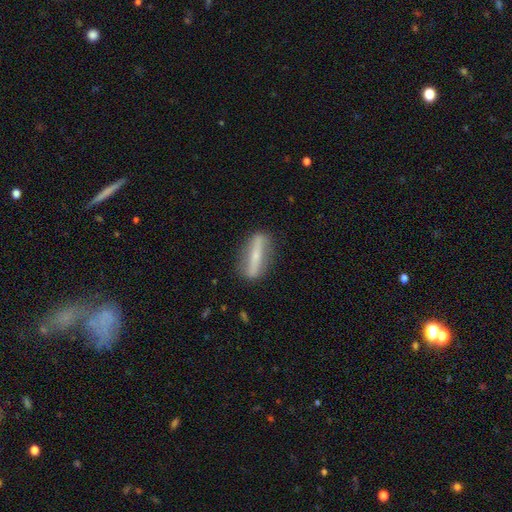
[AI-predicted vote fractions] Q: Smooth or featured?
A: featured or disk (60%); runner-up: smooth (33%)
Q: Edge-on disk?
A: yes (61%); runner-up: no (39%)
Q: Merging?
A: none (85%); runner-up: minor disturbance (11%)